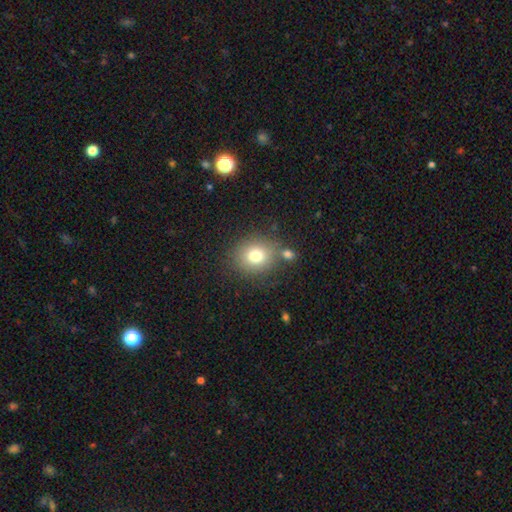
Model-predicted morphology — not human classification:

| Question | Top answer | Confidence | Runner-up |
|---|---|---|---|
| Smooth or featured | smooth | 76% | star or artifact (12%) |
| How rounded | round | 78% | in between (21%) |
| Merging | none | 73% | minor disturbance (11%) |